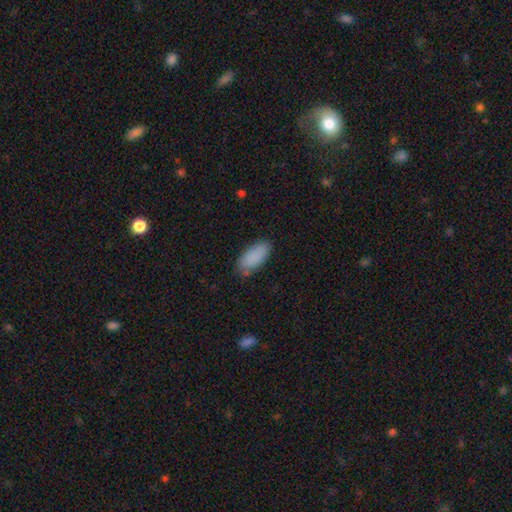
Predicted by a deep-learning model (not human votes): A smooth galaxy with no disk features (88%) that is in between round and cigar-shaped (88%).

Vote fractions:
- Smooth or featured? smooth: 88% / star or artifact: 7% / featured or disk: 5%
- How rounded? in between: 88% / cigar-shaped: 10% / round: 2%
- Merging? none: 77% / minor disturbance: 17% / major disturbance: 3% / merger: 2%